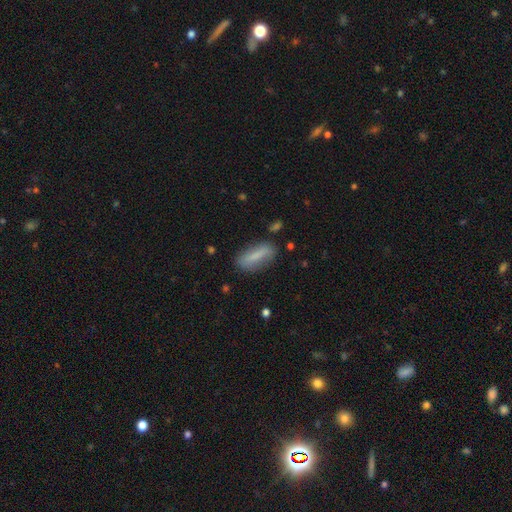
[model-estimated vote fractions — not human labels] Smooth or featured: smooth — 74% (featured or disk — 19%)
How rounded: in between — 56% (cigar-shaped — 41%)
Merging: none — 76% (minor disturbance — 17%)